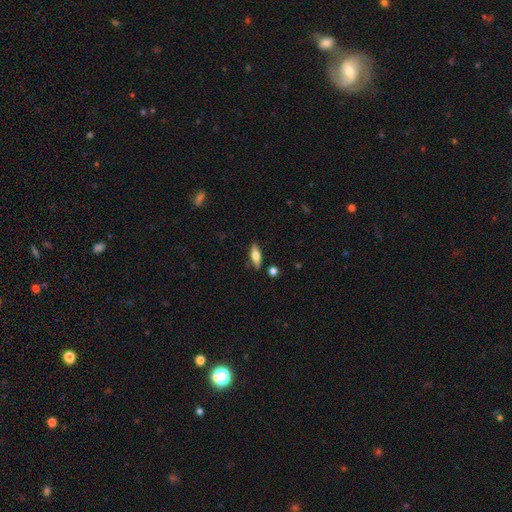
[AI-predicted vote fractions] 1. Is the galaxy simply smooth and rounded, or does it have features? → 63% smooth, 30% featured or disk, 7% star or artifact.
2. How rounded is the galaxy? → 62% in between, 35% cigar-shaped, 3% round.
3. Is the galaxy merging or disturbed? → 84% none, 11% minor disturbance, 3% merger, 2% major disturbance.